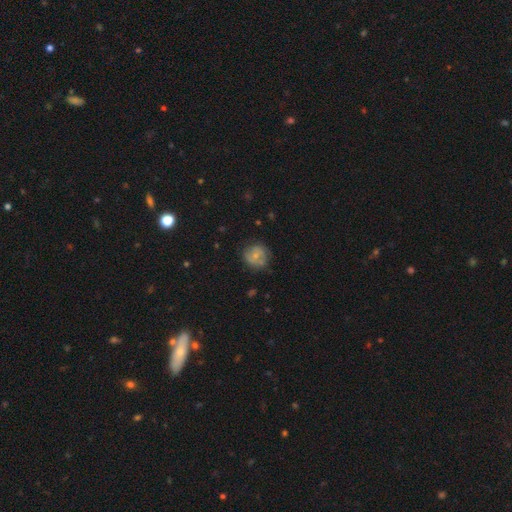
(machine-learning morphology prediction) smooth-or-featured: smooth: 54% | featured or disk: 38% | star or artifact: 8%
  how-rounded: round: 86% | in between: 13% | cigar-shaped: 1%
  merging: none: 68% | minor disturbance: 22% | major disturbance: 7% | merger: 2%